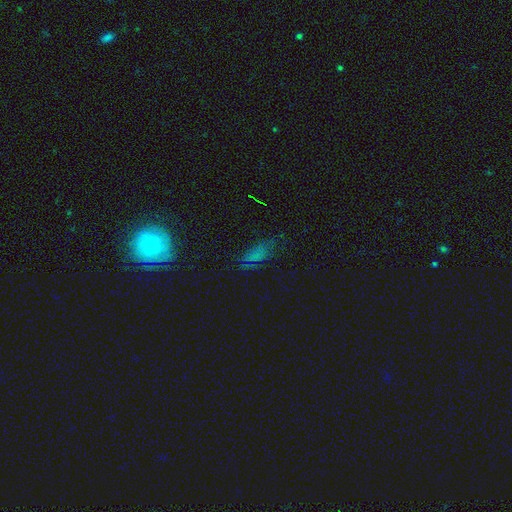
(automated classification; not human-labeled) Smooth or featured? Predicted: smooth (p=0.53). How rounded? Predicted: in between (p=0.72). Merging? Predicted: none (p=0.63).